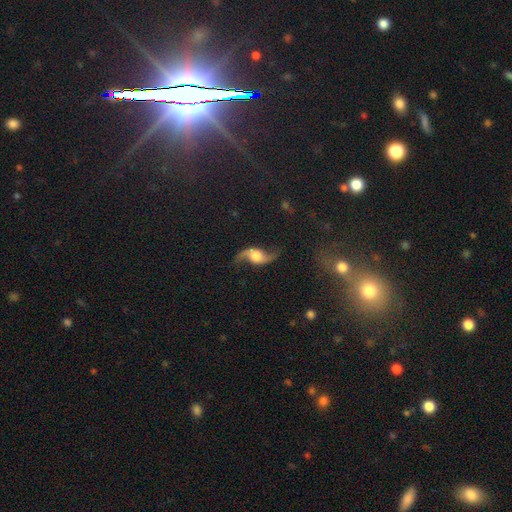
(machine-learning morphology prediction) Q: Smooth or featured?
A: featured or disk (87%); runner-up: smooth (8%)
Q: Edge-on disk?
A: no (93%); runner-up: yes (7%)
Q: Bar?
A: no (64%); runner-up: weak (28%)
Q: Spiral arms?
A: yes (97%); runner-up: no (3%)
Q: Spiral winding?
A: loose (89%); runner-up: medium (8%)
Q: Spiral arm count?
A: 2 (94%); runner-up: 1 (1%)
Q: Bulge size?
A: large (45%); runner-up: moderate (31%)
Q: Merging?
A: none (77%); runner-up: minor disturbance (14%)